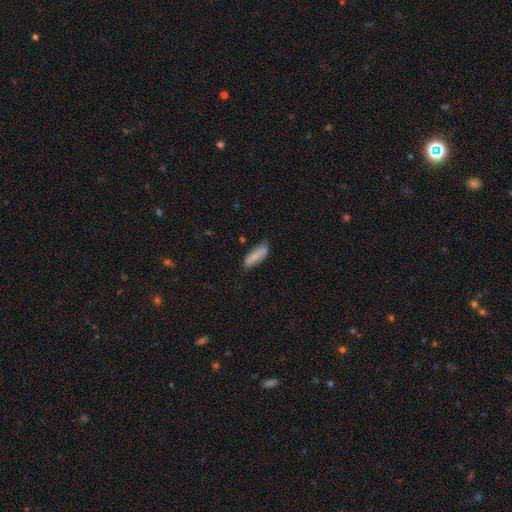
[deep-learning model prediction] smooth 75%, featured or disk 19%, star or artifact 6%. Down the decision tree: how rounded — in between (63%); merging — none (75%).